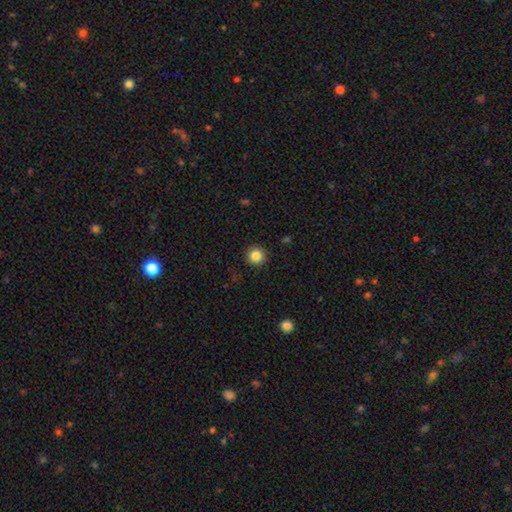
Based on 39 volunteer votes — Morphology: type=smooth (90%); roundness=round (94%); merging=none (83%).